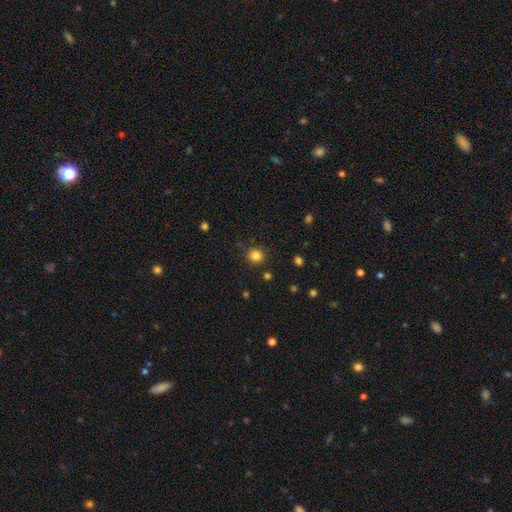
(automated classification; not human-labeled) Smooth or featured: smooth — 83% (star or artifact — 13%)
How rounded: round — 91% (in between — 8%)
Merging: none — 87% (minor disturbance — 8%)